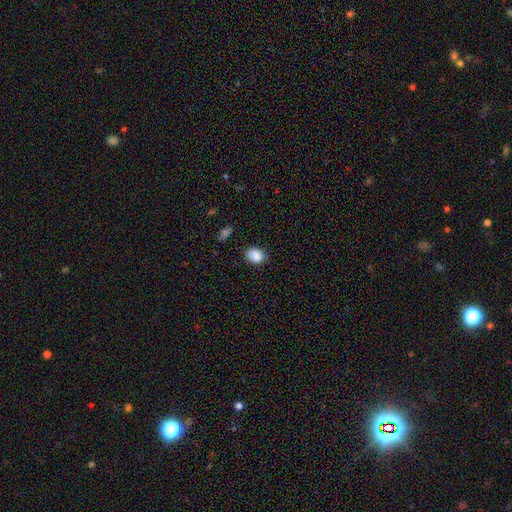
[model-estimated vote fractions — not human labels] Smooth or featured? Predicted: smooth (p=0.87). How rounded? Predicted: in between (p=0.52). Merging? Predicted: none (p=0.79).